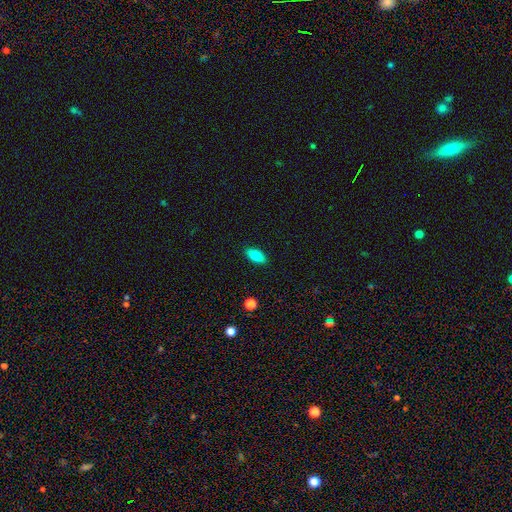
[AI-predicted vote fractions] Overall: smooth (83%). How rounded: in between (83%). Merging: none (89%).